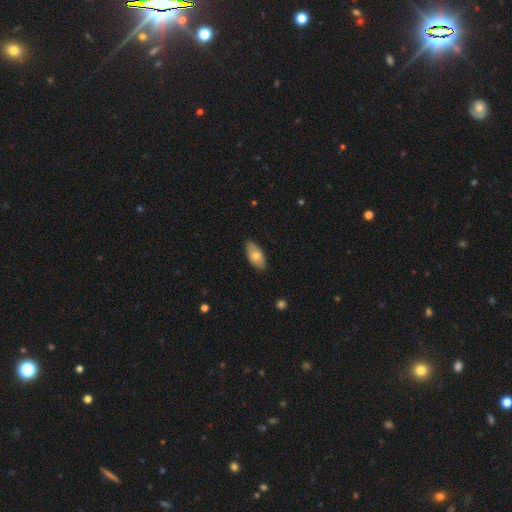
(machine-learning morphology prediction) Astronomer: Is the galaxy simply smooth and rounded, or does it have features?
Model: smooth — 76%.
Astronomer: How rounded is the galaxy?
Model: in between — 91%.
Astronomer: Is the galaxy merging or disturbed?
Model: none — 84%.